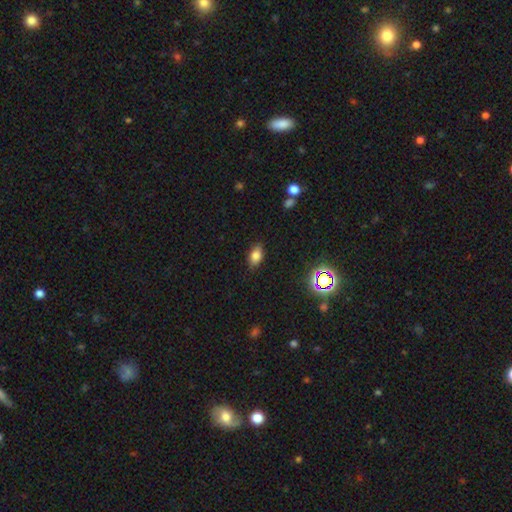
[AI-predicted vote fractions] Smooth or featured? Predicted: smooth (p=0.76). How rounded? Predicted: in between (p=0.87). Merging? Predicted: none (p=0.85).